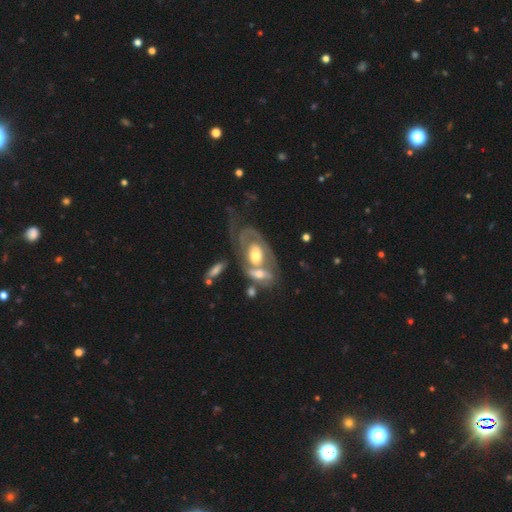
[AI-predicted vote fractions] The model was most divided on "spiral arm count": can't tell: 32%, 1: 31%, 2: 29%, 3: 4%, 4: 2%, more than 4: 2%. More confident: edge-on disk — no (94%); smooth or featured — featured or disk (76%); spiral arms — yes (74%); bar — no (73%); bulge size — moderate (65%); spiral winding — tight (53%); merging — merger (51%).